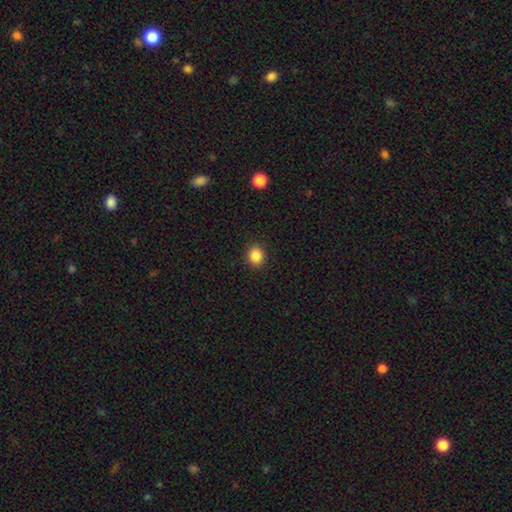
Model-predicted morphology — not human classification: Smooth or featured: smooth — 86% (star or artifact — 10%)
How rounded: round — 78% (in between — 21%)
Merging: none — 91% (minor disturbance — 6%)